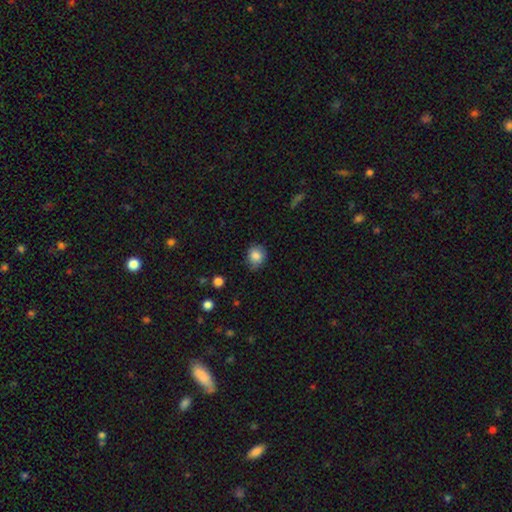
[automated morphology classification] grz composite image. It shows a smooth galaxy with no disk features (85%) that is round (74%). Merging: none (70%).